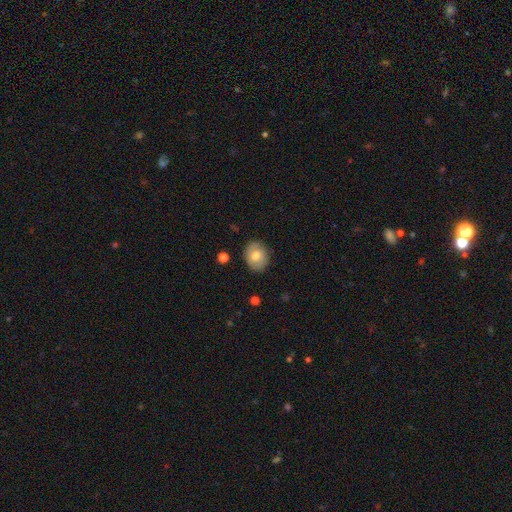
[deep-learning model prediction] Smooth or featured? Predicted: smooth (p=0.72). How rounded? Predicted: in between (p=0.51). Merging? Predicted: none (p=0.85).